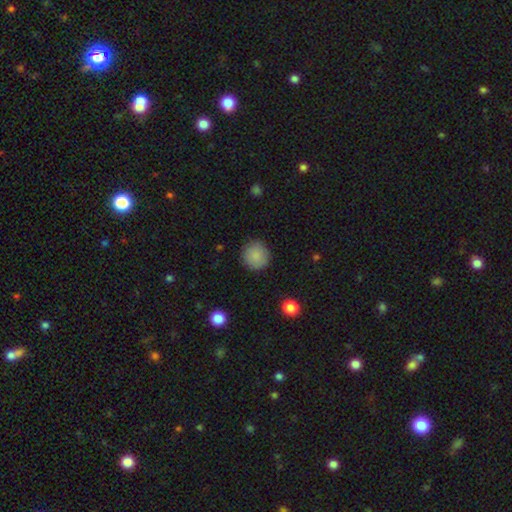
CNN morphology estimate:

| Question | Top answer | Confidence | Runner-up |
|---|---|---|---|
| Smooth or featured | smooth | 87% | star or artifact (8%) |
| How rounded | round | 93% | in between (6%) |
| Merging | none | 88% | minor disturbance (8%) |